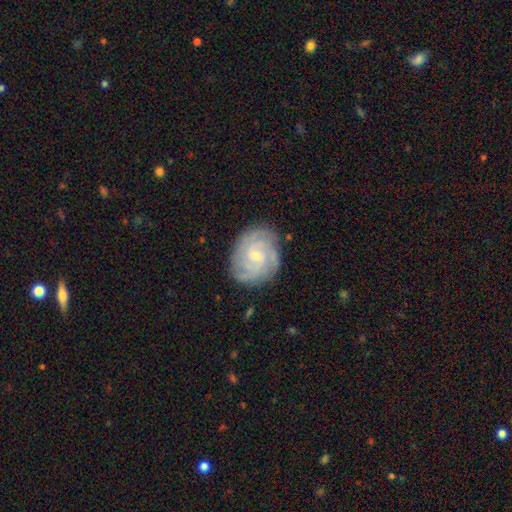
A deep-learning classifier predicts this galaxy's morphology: This is clearly a featured or disk galaxy (83%). It is clearly not viewed edge-on (98%). Bar: likely no (63%). Spiral arm pattern: clearly yes (97%). Spiral arm count: marginally 3 (29%). Spiral winding: likely tight (71%). Central bulge: likely small (68%). Merging: clearly none (82%).